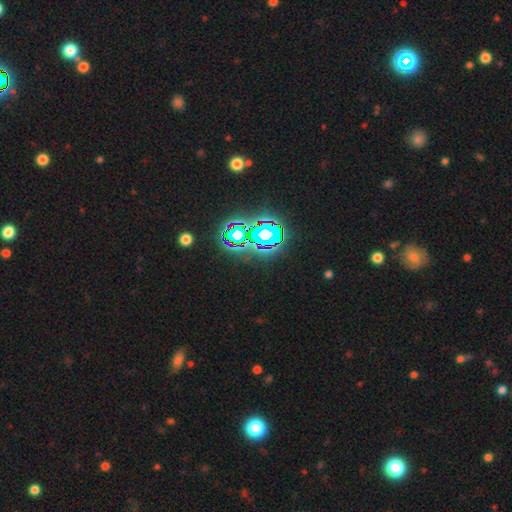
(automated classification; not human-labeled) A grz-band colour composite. It shows a star or artifact, not a galaxy (77%).